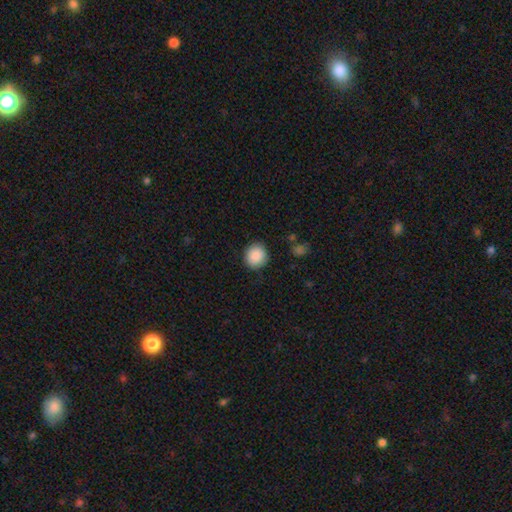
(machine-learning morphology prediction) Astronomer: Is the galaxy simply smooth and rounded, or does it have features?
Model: smooth — 89%.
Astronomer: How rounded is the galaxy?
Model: round — 85%.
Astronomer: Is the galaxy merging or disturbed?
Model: none — 88%.